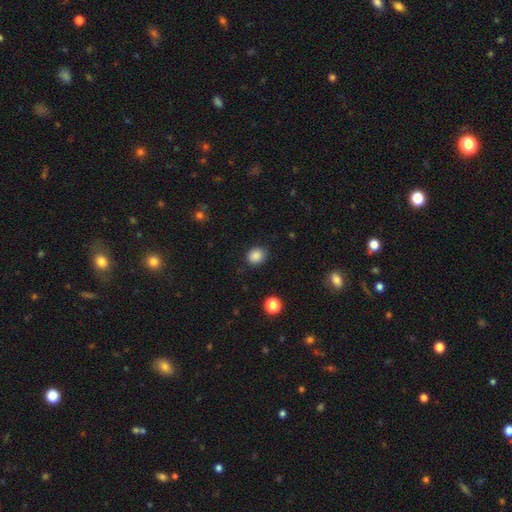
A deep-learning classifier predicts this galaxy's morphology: Overall: smooth (86%). How rounded: round (59%; in between 40%). Merging: none (82%).